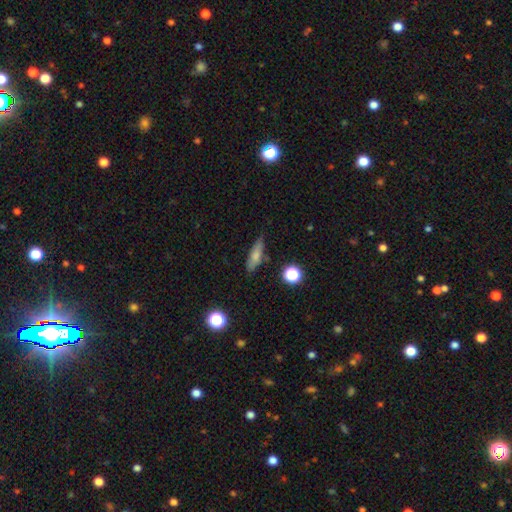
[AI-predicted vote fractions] Q: Smooth or featured?
A: smooth (69%); runner-up: featured or disk (20%)
Q: How rounded?
A: cigar-shaped (50%); runner-up: in between (44%)
Q: Merging?
A: none (73%); runner-up: minor disturbance (20%)